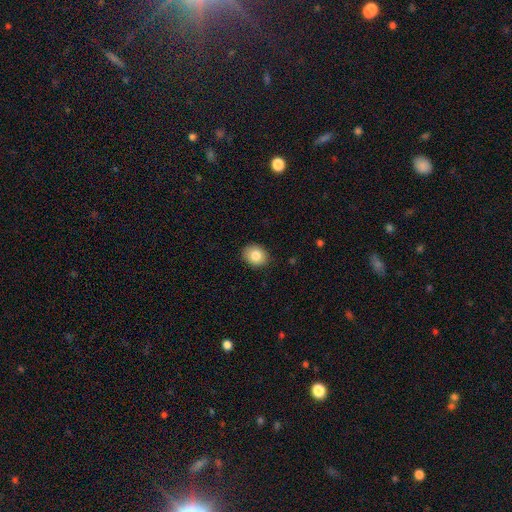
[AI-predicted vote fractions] smooth_or_featured: smooth (p=0.84) [alt: star or artifact p=0.08]
how_rounded: in between (p=0.50) [tied with: round p=0.50]
merging: none (p=0.88) [alt: minor disturbance p=0.09]